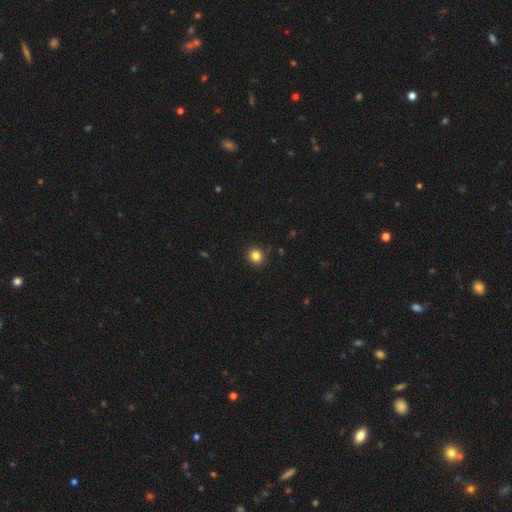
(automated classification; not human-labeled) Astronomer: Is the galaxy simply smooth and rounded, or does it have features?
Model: smooth — 84%.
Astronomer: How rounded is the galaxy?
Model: round — 88%.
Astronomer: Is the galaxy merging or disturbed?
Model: none — 90%.